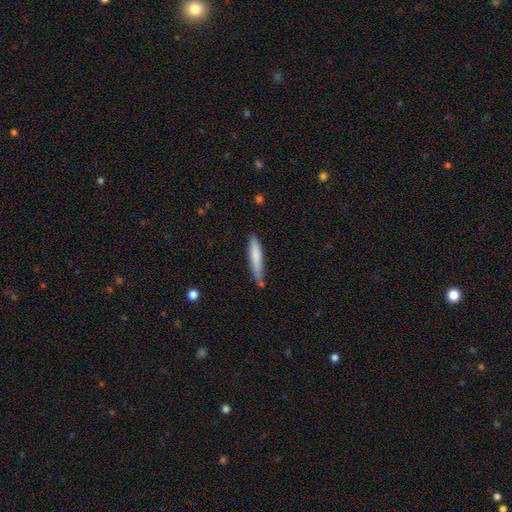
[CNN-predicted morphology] smooth 77%, featured or disk 18%, star or artifact 6%. Down the decision tree: how rounded — cigar-shaped (90%); merging — none (66%).